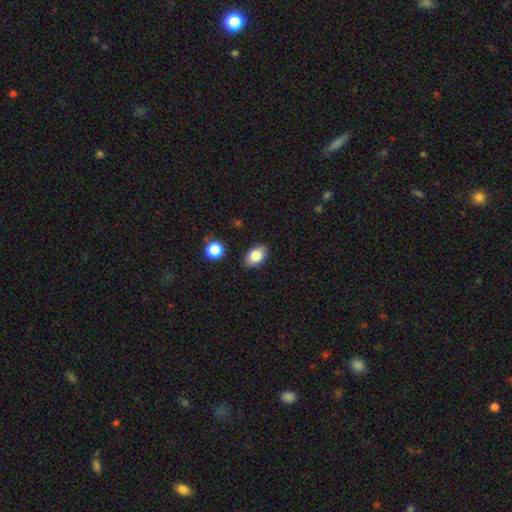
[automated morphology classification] smooth_or_featured: smooth (p=0.82) [alt: featured or disk p=0.10]
how_rounded: in between (p=0.88) [alt: round p=0.11]
merging: none (p=0.86) [alt: minor disturbance p=0.09]